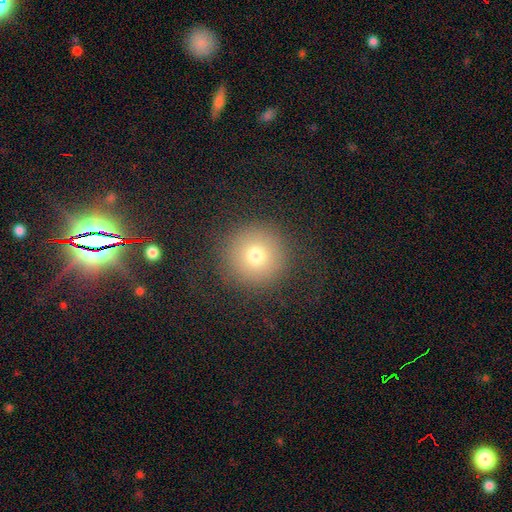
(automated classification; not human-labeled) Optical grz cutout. It shows a smooth galaxy with no disk features (73%) that is round (96%). Merging: none (87%).